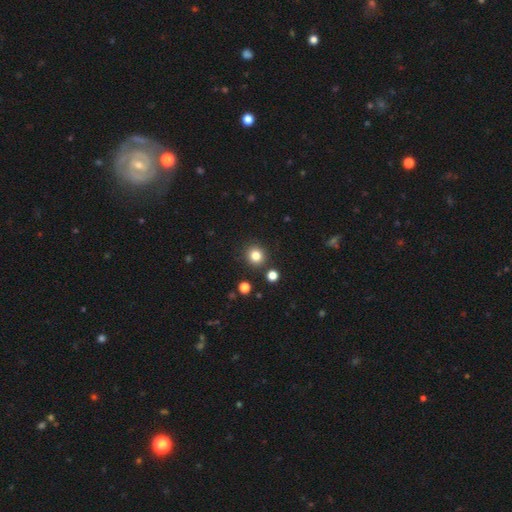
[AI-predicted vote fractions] Smooth or featured? smooth (81%)
How rounded? round (90%)
Merging? none (88%)